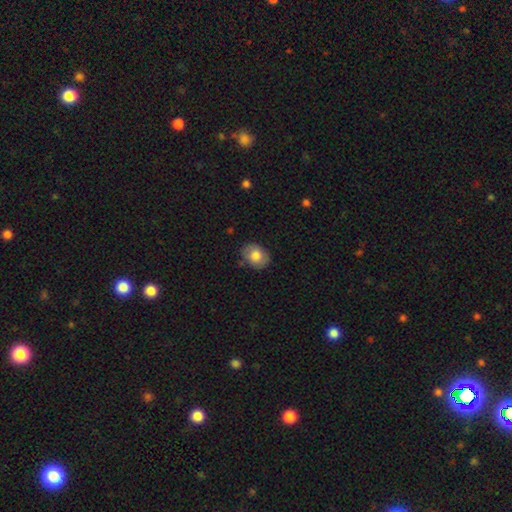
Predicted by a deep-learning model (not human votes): smooth-or-featured: smooth: 77% | featured or disk: 16% | star or artifact: 7%
  how-rounded: in between: 62% | round: 37% | cigar-shaped: 1%
  merging: none: 78% | minor disturbance: 17% | major disturbance: 3% | merger: 1%